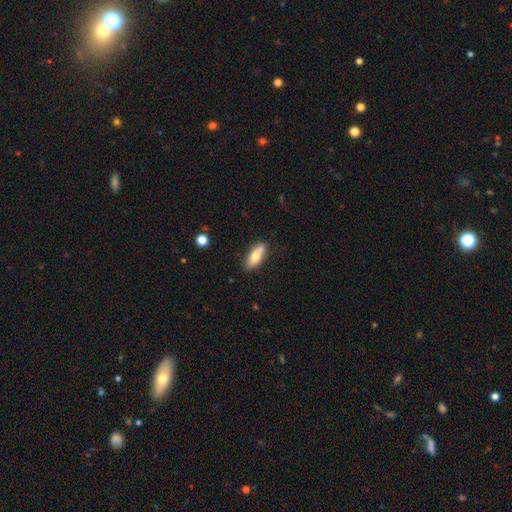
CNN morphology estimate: Q: Smooth or featured?
A: smooth (72%); runner-up: featured or disk (21%)
Q: How rounded?
A: in between (78%); runner-up: cigar-shaped (19%)
Q: Merging?
A: none (69%); runner-up: minor disturbance (16%)